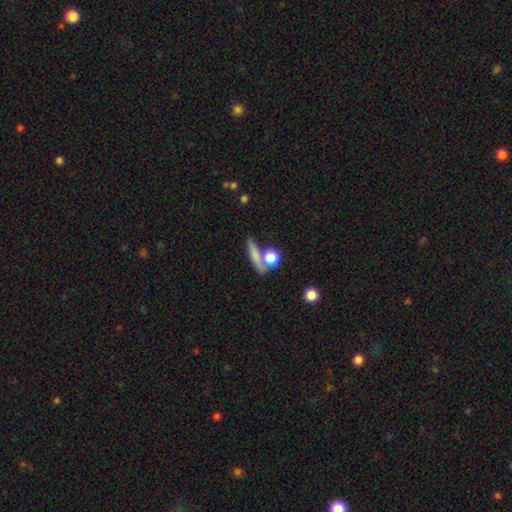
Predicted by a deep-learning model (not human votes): Smooth or featured?
  - smooth: 71% *
  - featured or disk: 19%
  - star or artifact: 10%
How rounded?
  - cigar-shaped: 52% *
  - round: 26%
  - in between: 22%
Merging?
  - none: 60% *
  - merger: 22%
  - minor disturbance: 12%
  - major disturbance: 6%